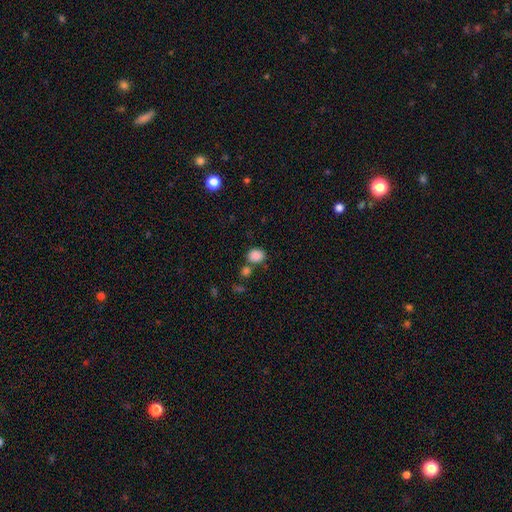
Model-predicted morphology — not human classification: type=smooth (86%); roundness=in between (50%); merging=none (64%).